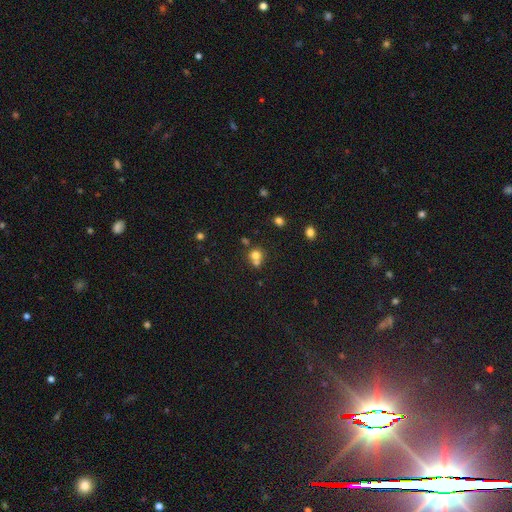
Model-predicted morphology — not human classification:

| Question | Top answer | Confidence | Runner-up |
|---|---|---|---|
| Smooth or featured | smooth | 72% | star or artifact (15%) |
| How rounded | round | 83% | in between (16%) |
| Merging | merger | 47% | none (42%) |